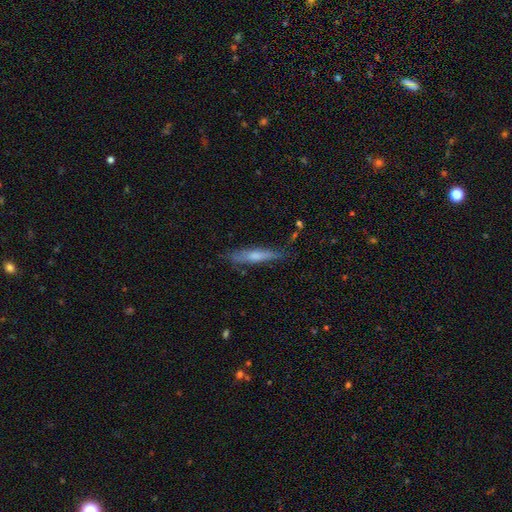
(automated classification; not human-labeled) Smooth or featured: smooth — 52% (featured or disk — 41%)
How rounded: cigar-shaped — 89% (in between — 9%)
Merging: none — 76% (minor disturbance — 18%)